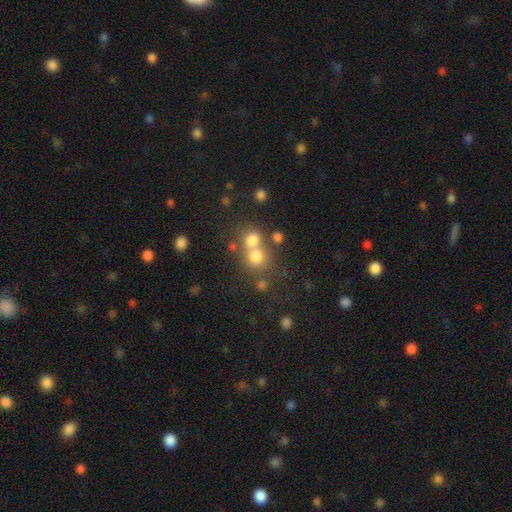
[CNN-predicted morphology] A smooth galaxy with no disk features (73%) that is round (85%). Merging: none (47%).